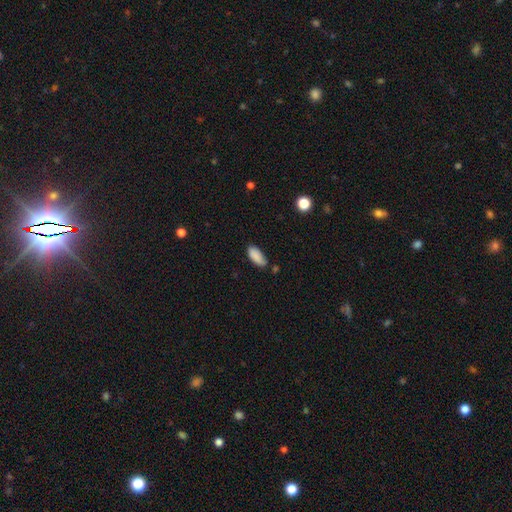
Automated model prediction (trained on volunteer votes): This appears to be a smooth galaxy with no disk features (87%) that is in between round and cigar-shaped (86%). Merging: none (66%).